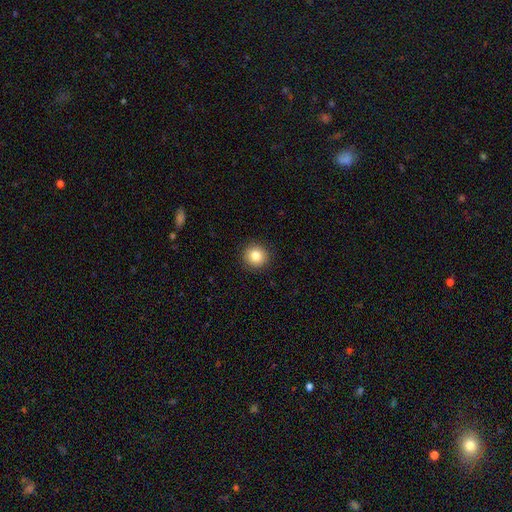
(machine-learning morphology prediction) type=smooth (84%); roundness=round (92%); merging=none (92%).